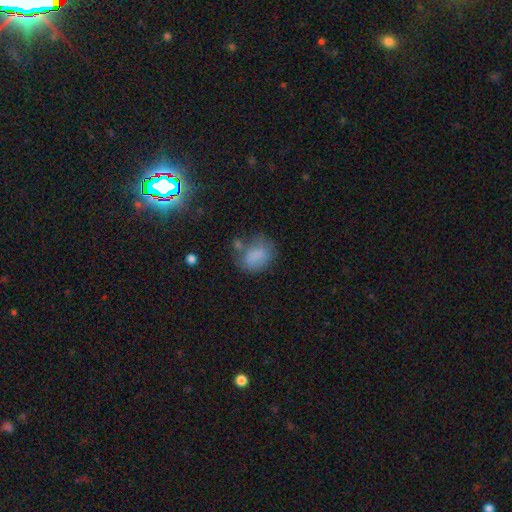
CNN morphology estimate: Smooth or featured? smooth (76%)
How rounded? in between (61%)
Merging? none (48%)